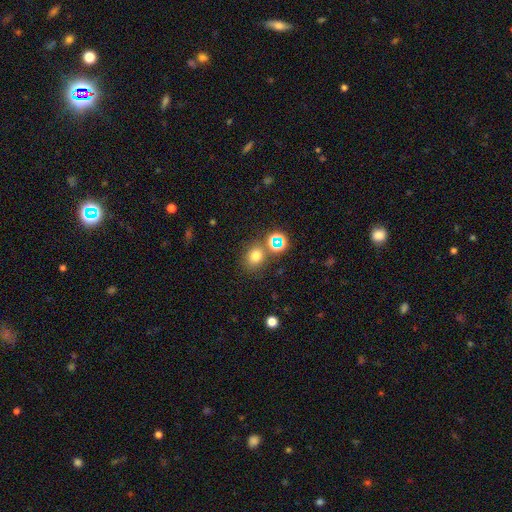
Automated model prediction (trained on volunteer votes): Smooth or featured? Predicted: smooth (p=0.71). How rounded? Predicted: round (p=0.64). Merging? Predicted: none (p=0.72).